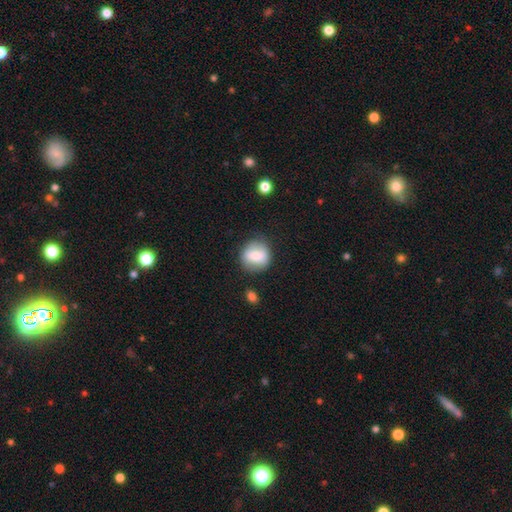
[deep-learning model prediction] A smooth galaxy with no disk features (72%) that is round (81%). Merging: none (77%).